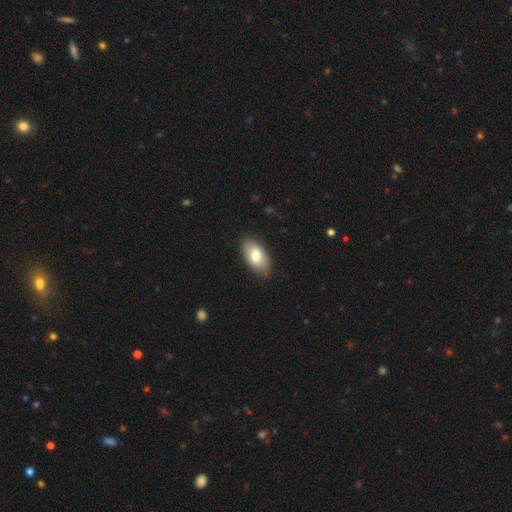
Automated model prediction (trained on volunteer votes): Smooth or featured?
  - smooth: 78% *
  - featured or disk: 16%
  - star or artifact: 6%
How rounded?
  - in between: 94% *
  - round: 3%
  - cigar-shaped: 3%
Merging?
  - none: 85% *
  - minor disturbance: 12%
  - major disturbance: 2%
  - merger: 1%